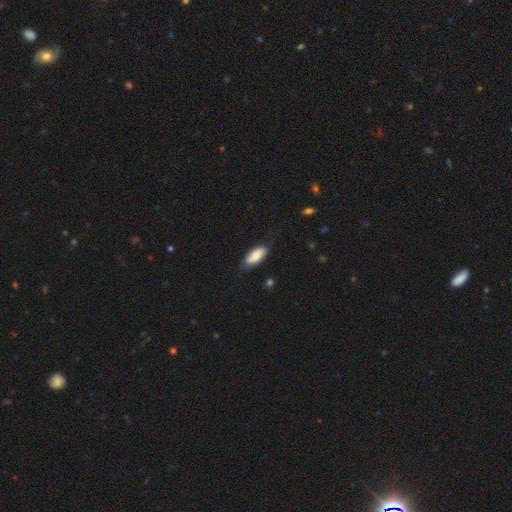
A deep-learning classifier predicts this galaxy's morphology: This appears to be a smooth galaxy with no disk features (77%) that is in between round and cigar-shaped (85%). Merging: none (76%).